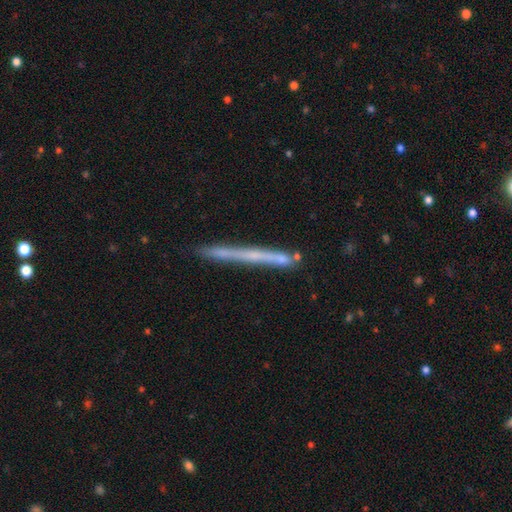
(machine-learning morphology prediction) Smooth or featured: featured or disk — 53% (smooth — 40%)
Edge-on disk: yes — 95% (no — 5%)
Edge-on bulge: none — 88% (rounded — 8%)
Merging: none — 79% (minor disturbance — 13%)